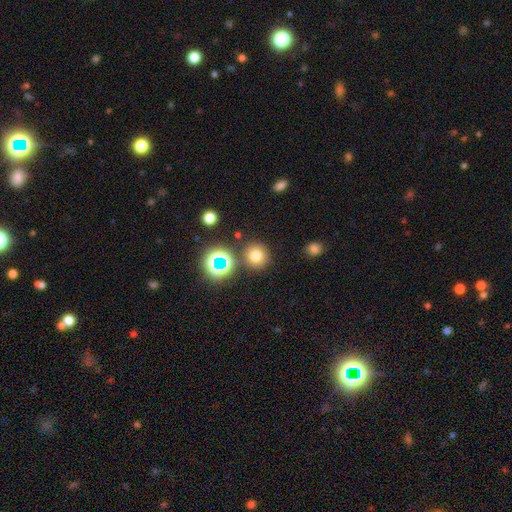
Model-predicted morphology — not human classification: This appears to be a smooth galaxy with no disk features (71%) that is round (89%). Merging: none (82%).